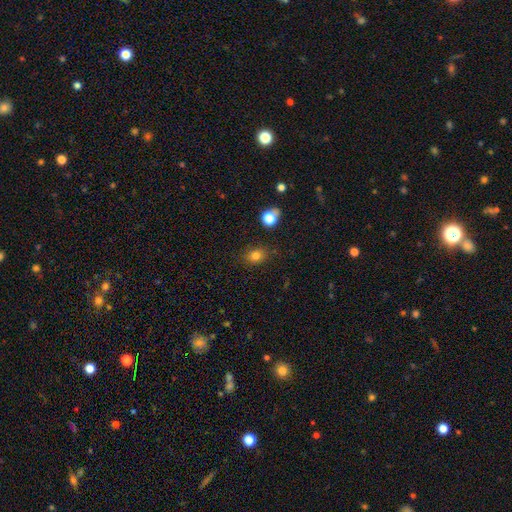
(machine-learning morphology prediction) Smooth or featured? smooth (80%)
How rounded? round (52%)
Merging? none (83%)